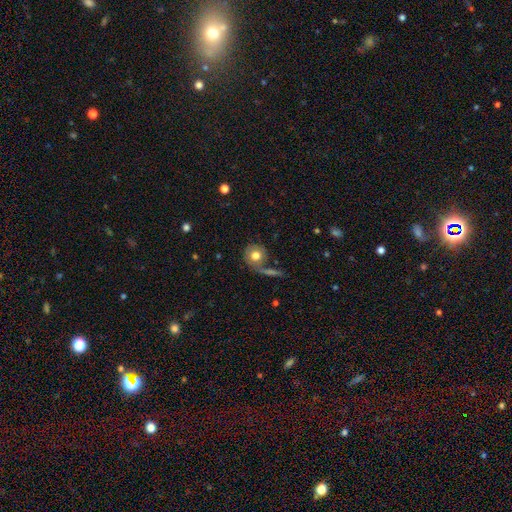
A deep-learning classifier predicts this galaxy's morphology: Smooth or featured? Predicted: smooth (p=0.72). How rounded? Predicted: round (p=0.88). Merging? Predicted: none (p=0.58).